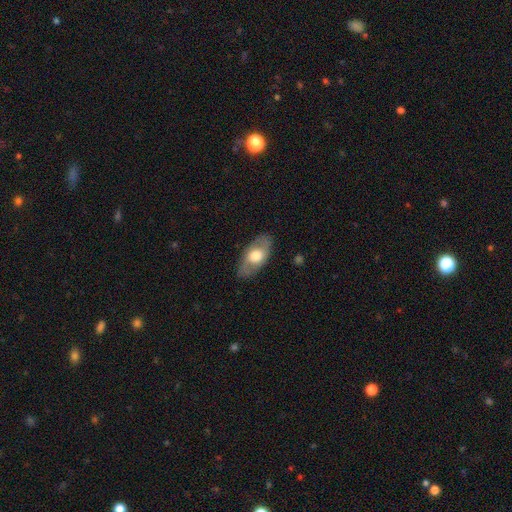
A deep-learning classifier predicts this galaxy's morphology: Smooth or featured? smooth (52%)
How rounded? in between (89%)
Merging? none (82%)